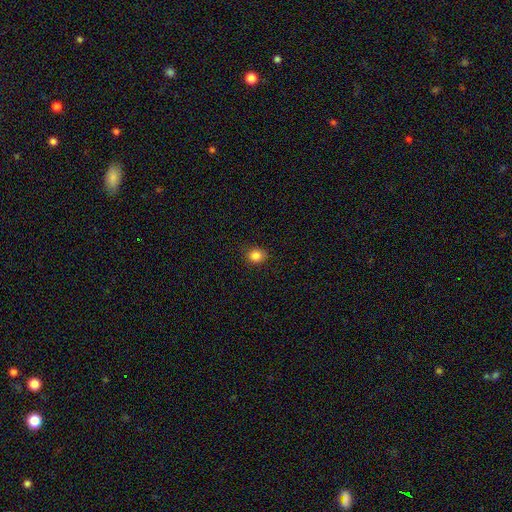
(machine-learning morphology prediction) A smooth galaxy with no disk features (85%) that is round (75%).

Vote fractions:
- Smooth or featured? smooth: 85% / star or artifact: 11% / featured or disk: 4%
- How rounded? round: 75% / in between: 24% / cigar-shaped: 1%
- Merging? none: 87% / minor disturbance: 10% / major disturbance: 2% / merger: 1%